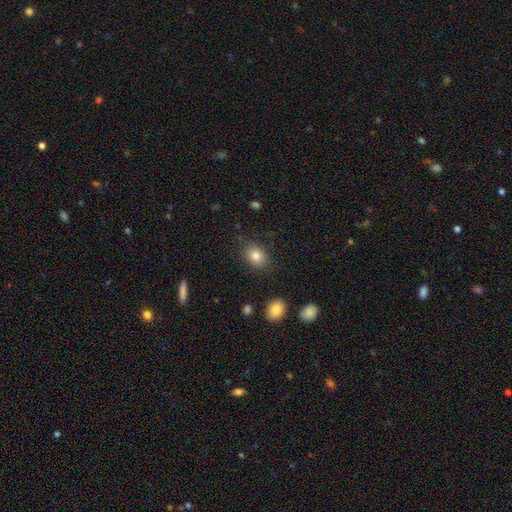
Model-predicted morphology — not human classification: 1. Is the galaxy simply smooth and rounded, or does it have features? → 83% smooth, 10% star or artifact, 7% featured or disk.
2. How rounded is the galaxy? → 58% in between, 41% round, 1% cigar-shaped.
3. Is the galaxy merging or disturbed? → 83% none, 11% minor disturbance, 4% major disturbance, 2% merger.